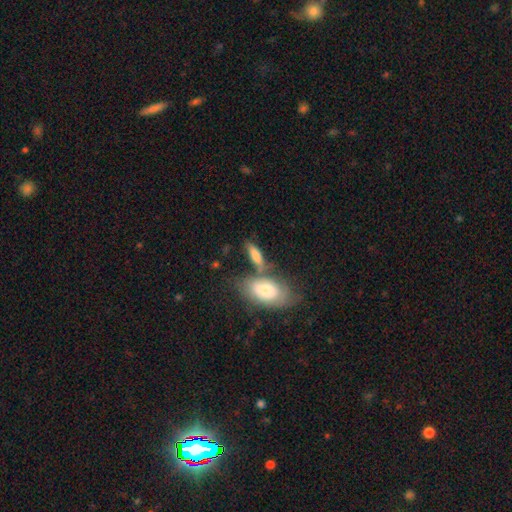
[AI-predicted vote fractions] Overall: smooth (72%). How rounded: in between (67%; cigar-shaped 29%). Merging: none (47%; merger 31%).